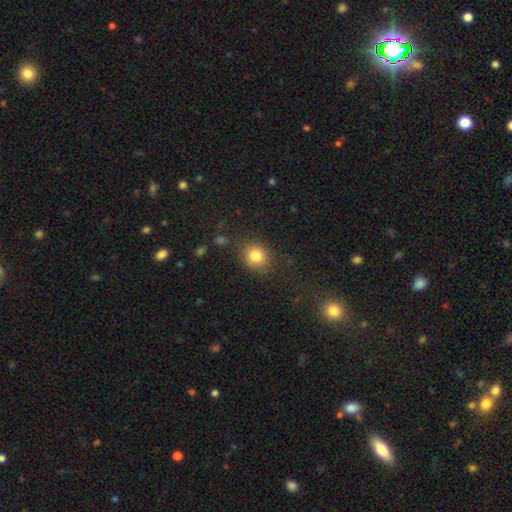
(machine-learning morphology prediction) Smooth or featured?
  - smooth: 82% *
  - star or artifact: 11%
  - featured or disk: 7%
How rounded?
  - round: 72% *
  - in between: 27%
  - cigar-shaped: 1%
Merging?
  - none: 81% *
  - minor disturbance: 12%
  - major disturbance: 4%
  - merger: 2%